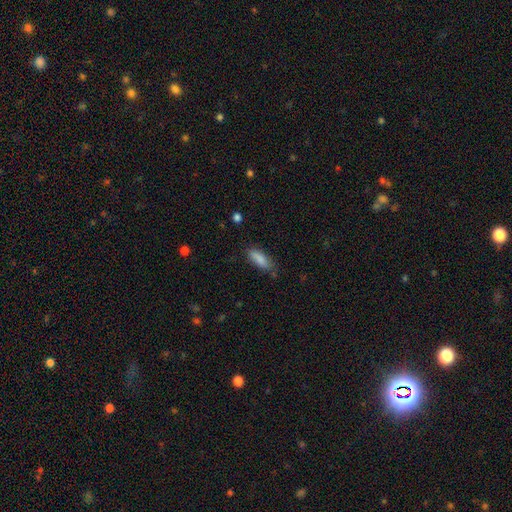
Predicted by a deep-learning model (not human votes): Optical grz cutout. It shows a smooth galaxy with no disk features (83%) that is in between round and cigar-shaped (57%). Merging: none (73%).